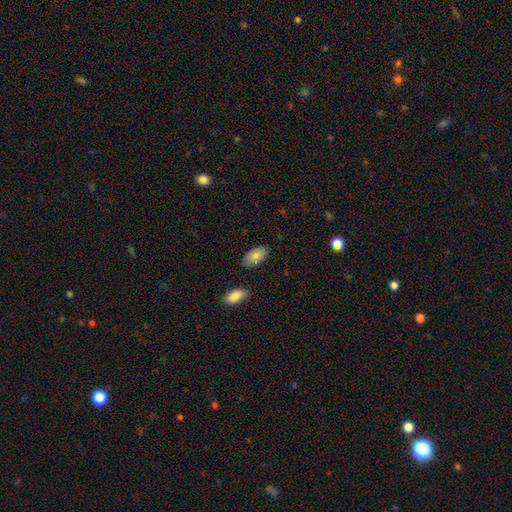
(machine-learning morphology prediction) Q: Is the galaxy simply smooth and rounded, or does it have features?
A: smooth — 84%.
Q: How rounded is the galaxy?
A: in between — 94%.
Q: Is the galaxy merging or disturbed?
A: none — 83%.